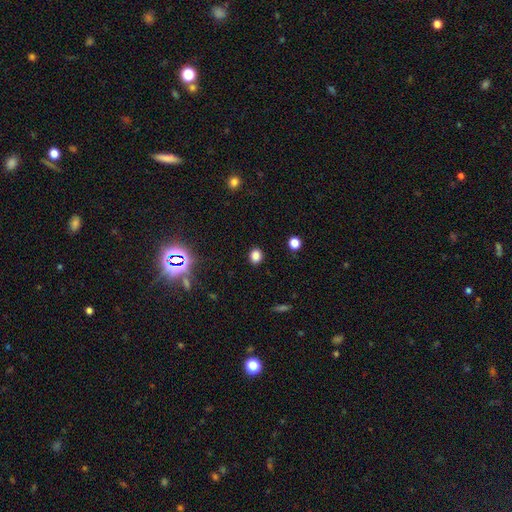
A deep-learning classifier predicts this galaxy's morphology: Overall: smooth (81%). How rounded: round (63%; in between 36%). Merging: none (89%).